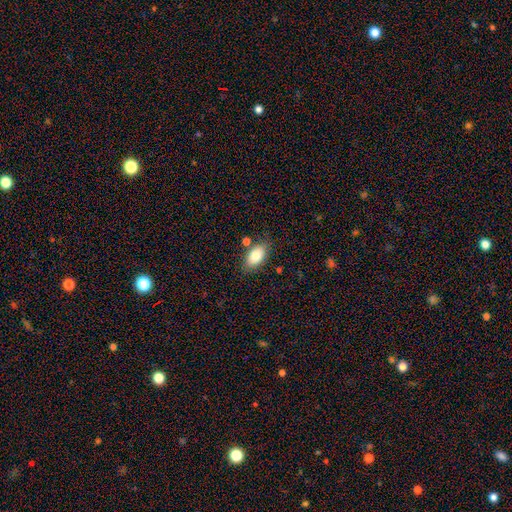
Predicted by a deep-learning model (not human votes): A smooth galaxy with no disk features (81%) that is in between round and cigar-shaped (92%). Merging: none (75%).